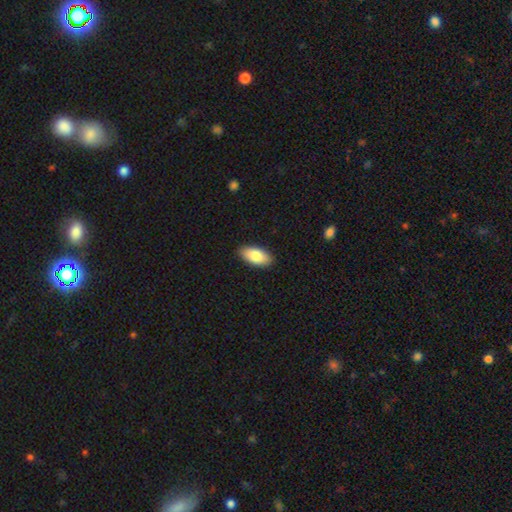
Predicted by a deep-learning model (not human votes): This appears to be a smooth galaxy with no disk features (85%) that is in between round and cigar-shaped (92%). Merging: none (89%).